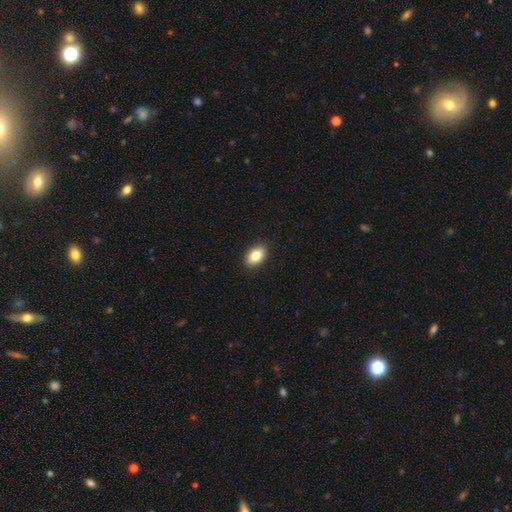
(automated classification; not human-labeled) A smooth galaxy with no disk features (82%) that is in between round and cigar-shaped (87%).

Vote fractions:
- Smooth or featured? smooth: 82% / featured or disk: 10% / star or artifact: 8%
- How rounded? in between: 87% / round: 11% / cigar-shaped: 1%
- Merging? none: 91% / minor disturbance: 6% / major disturbance: 2% / merger: 1%